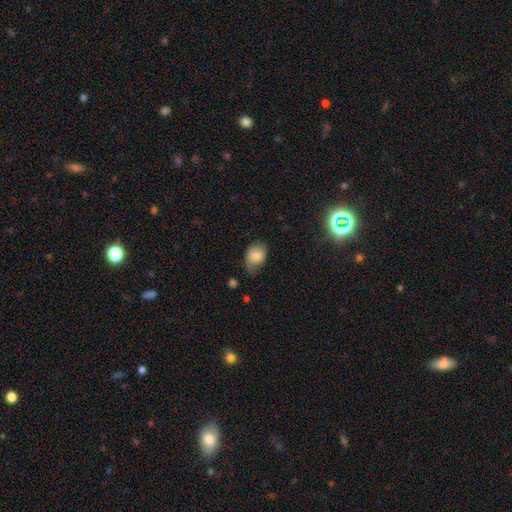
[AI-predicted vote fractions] Smooth or featured? Predicted: smooth (p=0.79). How rounded? Predicted: in between (p=0.70). Merging? Predicted: none (p=0.53).